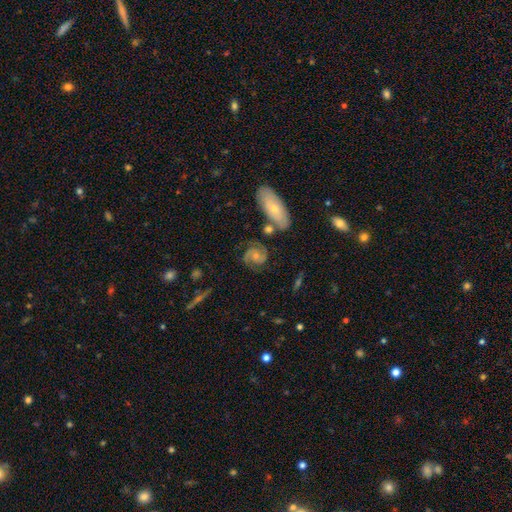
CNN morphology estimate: Smooth or featured: featured or disk — 77% (smooth — 16%)
Edge-on disk: no — 97% (yes — 3%)
Bar: no — 66% (weak — 28%)
Spiral arms: yes — 95% (no — 5%)
Spiral winding: medium — 48% (tight — 38%)
Spiral arm count: 2 — 82% (can't tell — 7%)
Bulge size: small — 48% (moderate — 40%)
Merging: none — 70% (minor disturbance — 16%)